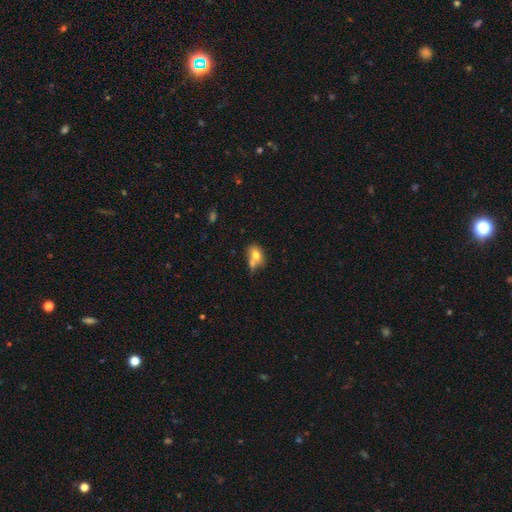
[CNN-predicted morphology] A smooth galaxy with no disk features (72%) that is in between round and cigar-shaped (70%).

Vote fractions:
- Smooth or featured? smooth: 72% / featured or disk: 18% / star or artifact: 9%
- How rounded? in between: 70% / round: 28% / cigar-shaped: 2%
- Merging? merger: 46% / none: 32% / minor disturbance: 15% / major disturbance: 7%